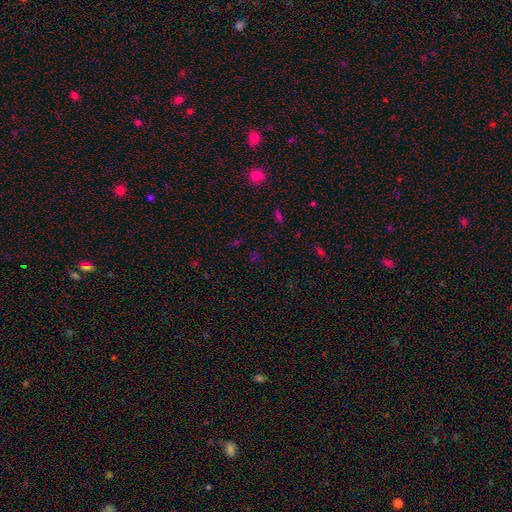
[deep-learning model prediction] Q: Smooth or featured?
A: star or artifact (58%); runner-up: smooth (33%)